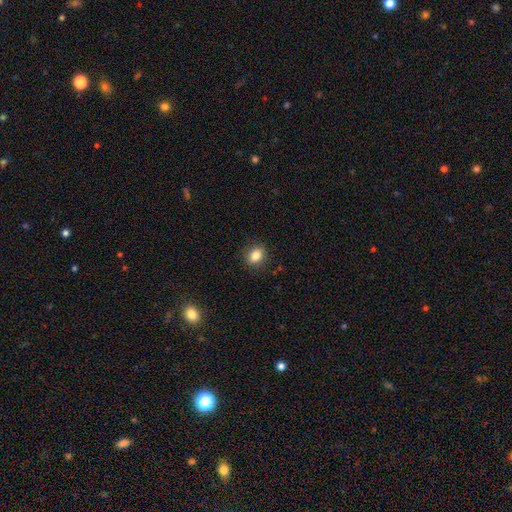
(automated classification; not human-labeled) A smooth galaxy with no disk features (84%) that is in between round and cigar-shaped (50%). Merging: none (88%).